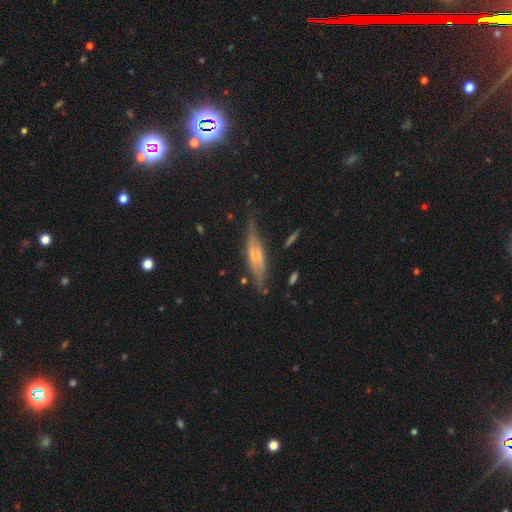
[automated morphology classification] featured or disk 64%, smooth 27%, star or artifact 9%. Down the decision tree: edge-on disk — yes (91%); edge-on bulge — rounded (44%); merging — none (70%).